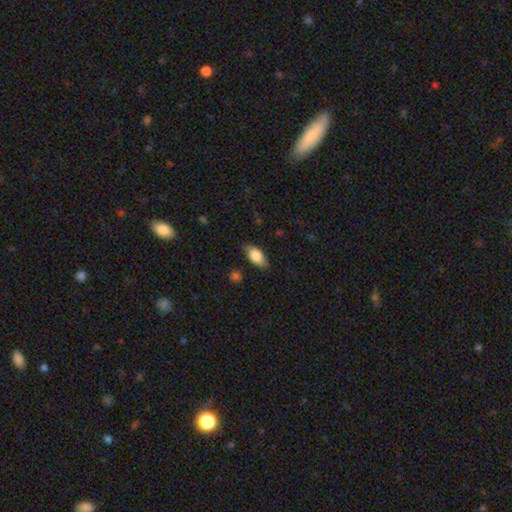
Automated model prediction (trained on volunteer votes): Smooth or featured?
  - smooth: 81% *
  - featured or disk: 12%
  - star or artifact: 7%
How rounded?
  - in between: 89% *
  - cigar-shaped: 8%
  - round: 3%
Merging?
  - none: 80% *
  - minor disturbance: 16%
  - major disturbance: 3%
  - merger: 1%